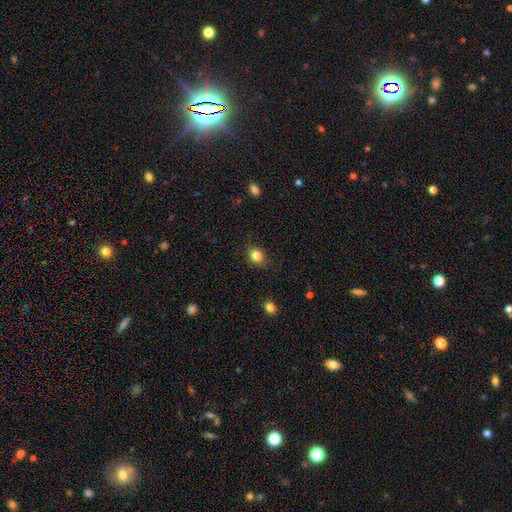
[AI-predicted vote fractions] A smooth galaxy with no disk features (83%) that is round (61%). Merging: none (82%).